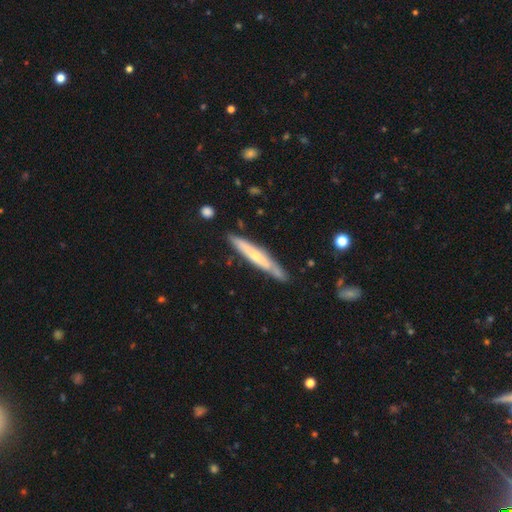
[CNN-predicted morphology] This is possibly a featured or disk galaxy (54%). It is clearly viewed edge-on (85%). Merging: likely none (79%).